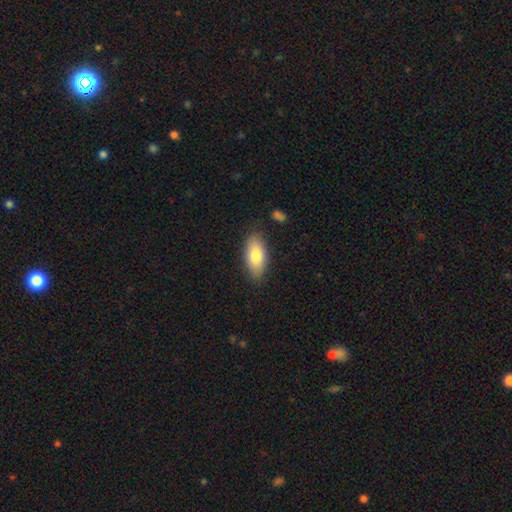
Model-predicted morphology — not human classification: A smooth galaxy with no disk features (81%) that is in between round and cigar-shaped (90%). Merging: none (83%).